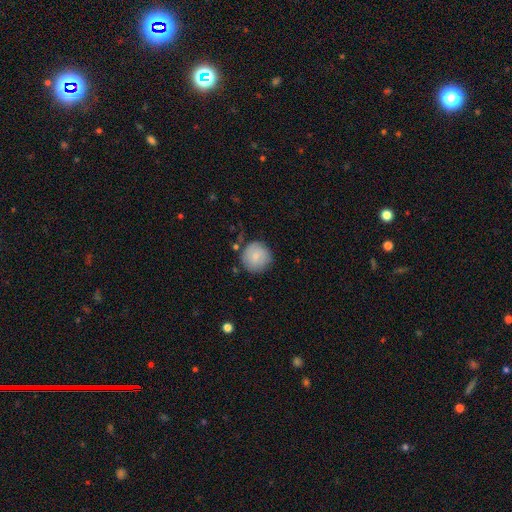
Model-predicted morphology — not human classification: This is clearly a smooth galaxy (81%). How rounded: clearly round (94%). Merging: likely none (78%).